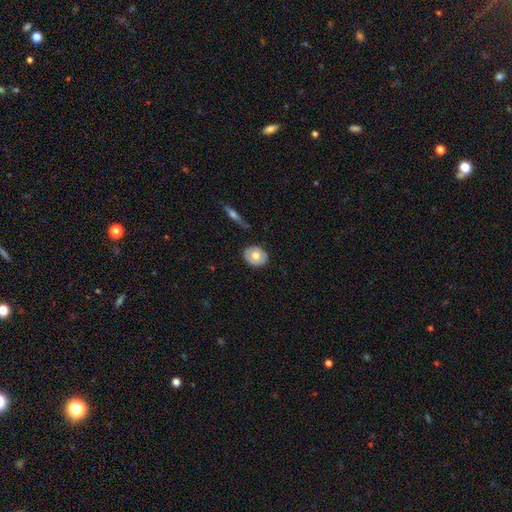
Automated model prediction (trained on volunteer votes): A smooth galaxy with no disk features (59%) that is round (57%).

Vote fractions:
- Smooth or featured? smooth: 59% / featured or disk: 34% / star or artifact: 6%
- How rounded? round: 57% / in between: 42% / cigar-shaped: 1%
- Merging? none: 85% / minor disturbance: 11% / major disturbance: 2% / merger: 2%